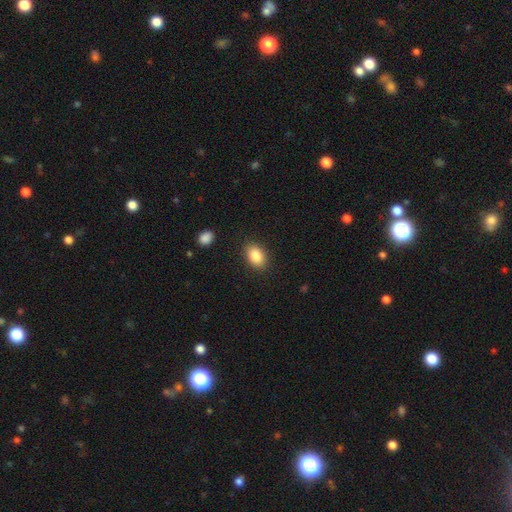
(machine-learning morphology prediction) smooth_or_featured: smooth (p=0.86) [alt: star or artifact p=0.08]
how_rounded: in between (p=0.85) [alt: round p=0.14]
merging: none (p=0.88) [alt: minor disturbance p=0.09]